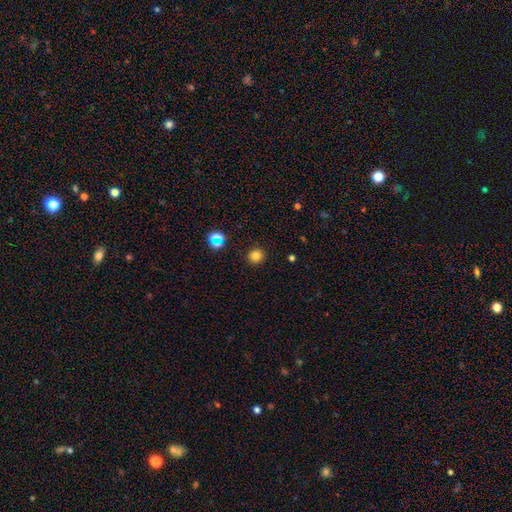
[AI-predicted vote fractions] This is likely a smooth galaxy (78%). How rounded: clearly round (90%). Merging: clearly none (90%).